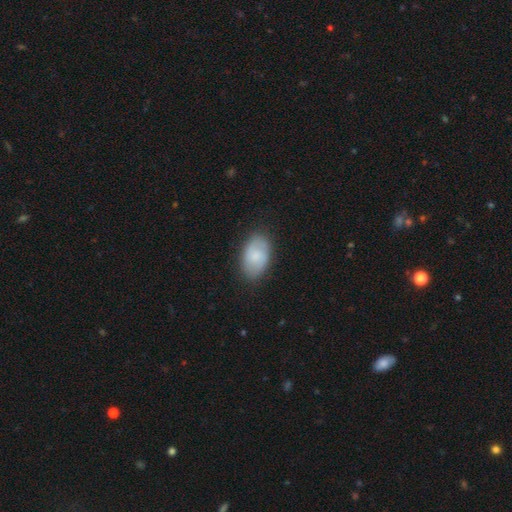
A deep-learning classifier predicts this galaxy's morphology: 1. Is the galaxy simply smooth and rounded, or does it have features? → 64% smooth, 29% featured or disk, 7% star or artifact.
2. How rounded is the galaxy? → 91% in between, 7% round, 1% cigar-shaped.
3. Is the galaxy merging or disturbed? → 79% none, 15% minor disturbance, 4% major disturbance, 1% merger.